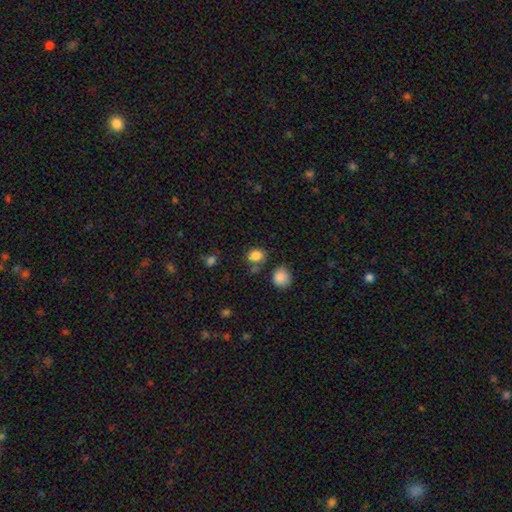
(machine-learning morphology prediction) This is clearly a smooth galaxy (84%). How rounded: possibly round (56%). Merging: likely none (69%).